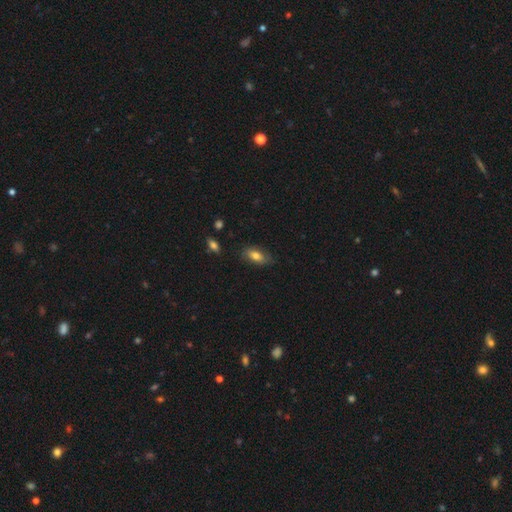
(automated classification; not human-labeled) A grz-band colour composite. It shows a smooth galaxy with no disk features (74%) that is in between round and cigar-shaped (87%). Merging: none (71%).